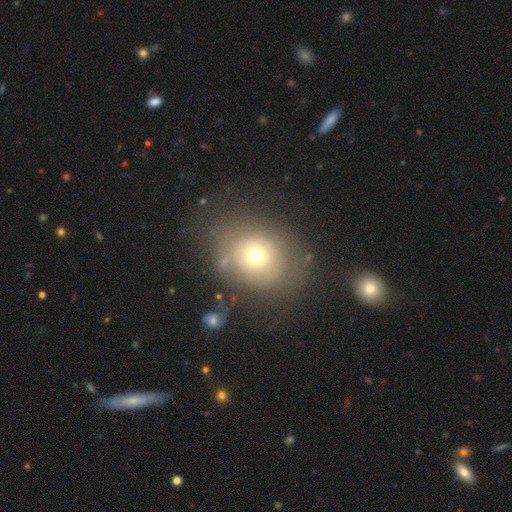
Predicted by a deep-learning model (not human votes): smooth-or-featured: smooth: 64% | featured or disk: 22% | star or artifact: 14%
  how-rounded: round: 56% | in between: 43% | cigar-shaped: 1%
  merging: none: 64% | minor disturbance: 18% | major disturbance: 13% | merger: 5%